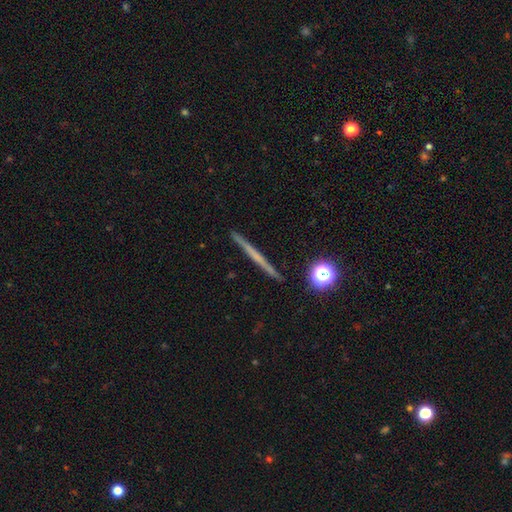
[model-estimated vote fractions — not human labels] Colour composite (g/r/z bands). It shows a featured or disk galaxy (54%) viewed edge-on (97%) with no central bulge (86%). Merging: none (92%).